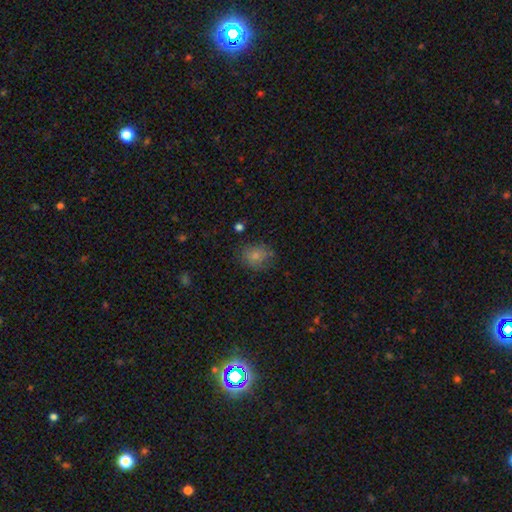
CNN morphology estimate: A smooth galaxy with no disk features (79%) that is round (66%). Merging: none (70%).